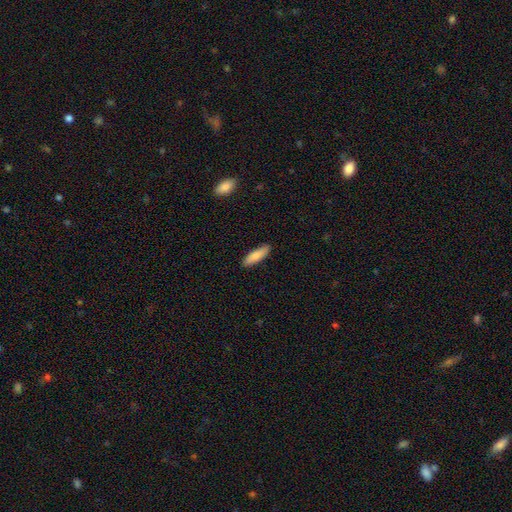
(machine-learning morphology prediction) Smooth or featured? Predicted: smooth (p=0.85). How rounded? Predicted: cigar-shaped (p=0.56). Merging? Predicted: none (p=0.89).